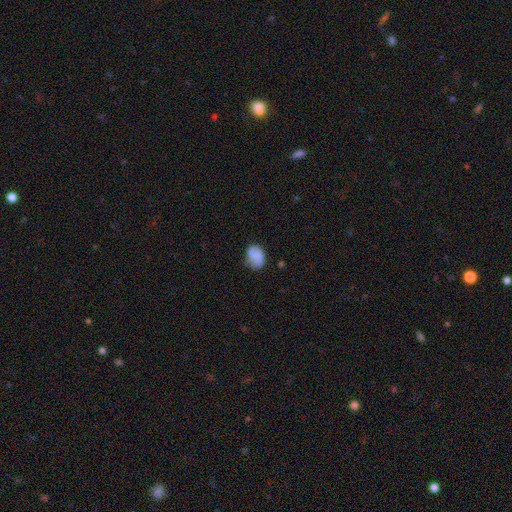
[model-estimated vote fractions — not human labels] The model was most divided on "merging": none: 60%, minor disturbance: 29%, major disturbance: 8%, merger: 3%. More confident: smooth or featured — smooth (79%); how rounded — in between (72%).